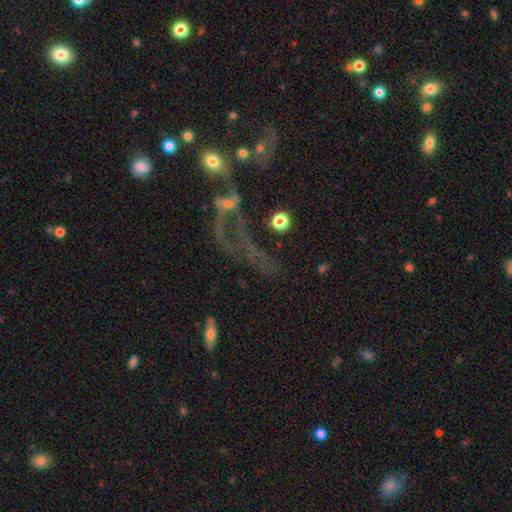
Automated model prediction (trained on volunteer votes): Smooth or featured: star or artifact — 45% (featured or disk — 33%)